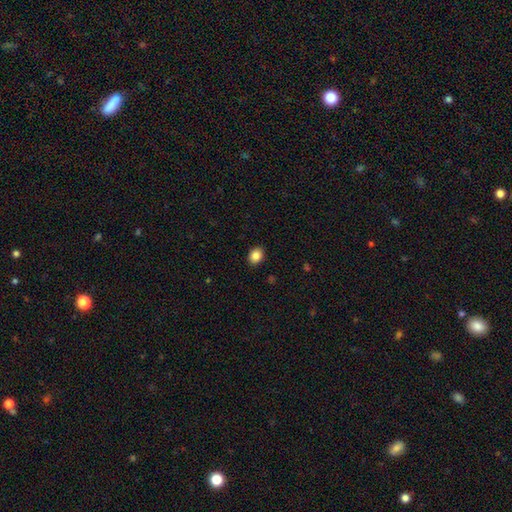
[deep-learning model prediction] This appears to be a smooth galaxy with no disk features (86%) that is in between round and cigar-shaped (56%). Merging: none (90%).